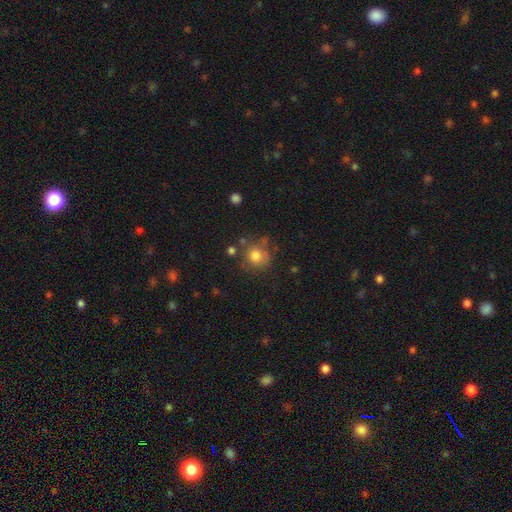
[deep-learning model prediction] smooth_or_featured: smooth (p=0.78) [alt: star or artifact p=0.11]
how_rounded: round (p=0.86) [alt: in between p=0.13]
merging: none (p=0.63) [alt: minor disturbance p=0.19]